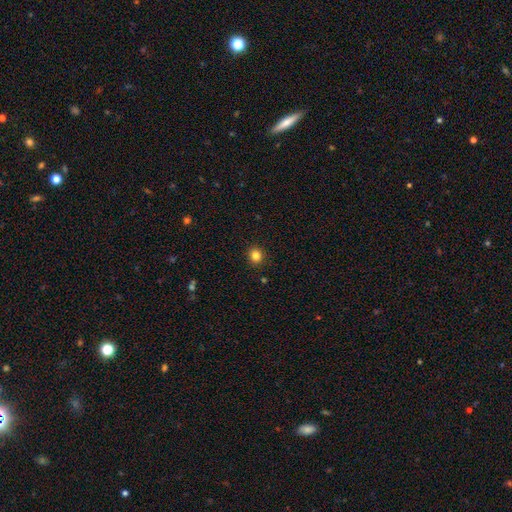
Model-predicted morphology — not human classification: Smooth or featured?
  - smooth: 83% *
  - star or artifact: 12%
  - featured or disk: 5%
How rounded?
  - round: 87% *
  - in between: 12%
  - cigar-shaped: 1%
Merging?
  - none: 92% *
  - minor disturbance: 5%
  - major disturbance: 2%
  - merger: 1%